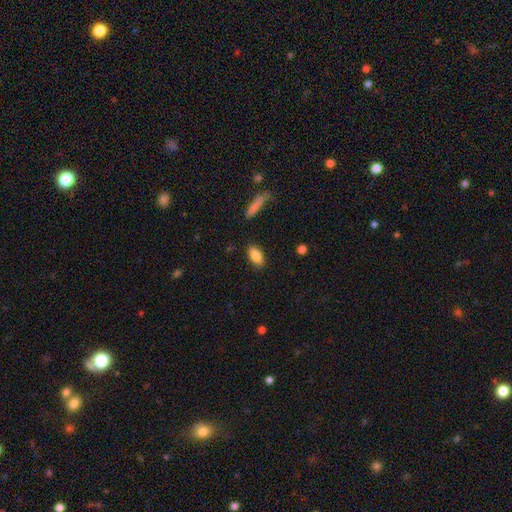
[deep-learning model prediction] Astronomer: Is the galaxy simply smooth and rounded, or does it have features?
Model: smooth — 82%.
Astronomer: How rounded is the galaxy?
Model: in between — 85%.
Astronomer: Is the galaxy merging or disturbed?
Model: none — 85%.